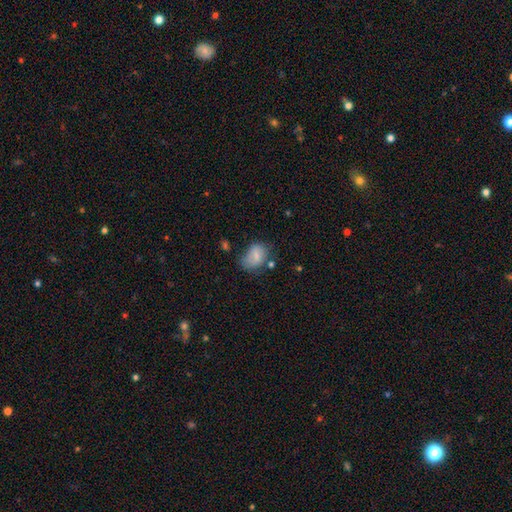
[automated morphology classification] This appears to be a smooth galaxy with no disk features (71%) that is in between round and cigar-shaped (74%). Merging: none (45%).